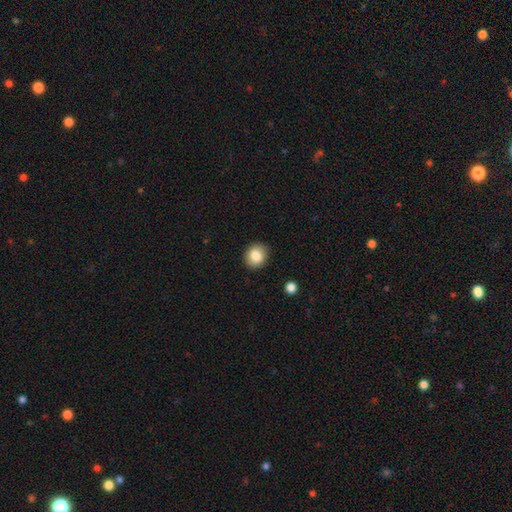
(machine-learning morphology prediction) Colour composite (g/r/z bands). It shows a smooth galaxy with no disk features (85%) that is round (69%). Merging: none (89%).